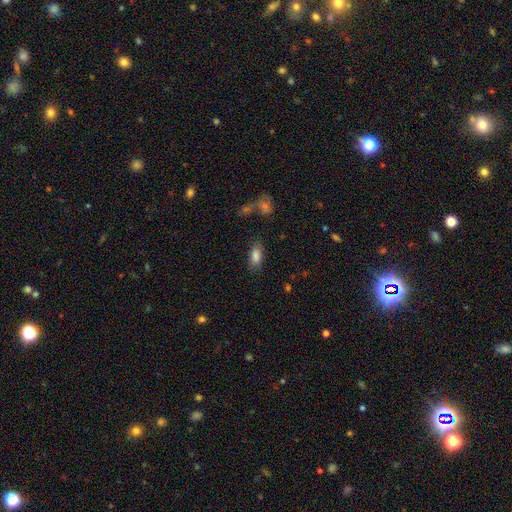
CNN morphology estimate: Overall: smooth (85%). How rounded: in between (87%). Merging: none (80%).